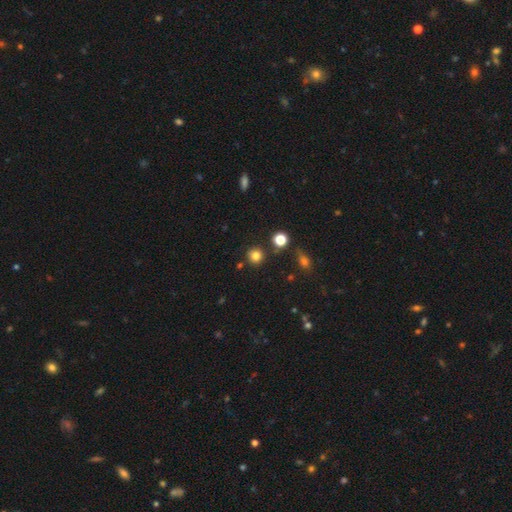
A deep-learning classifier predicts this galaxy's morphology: This is clearly a smooth galaxy (80%). How rounded: clearly round (92%). Merging: clearly none (85%).